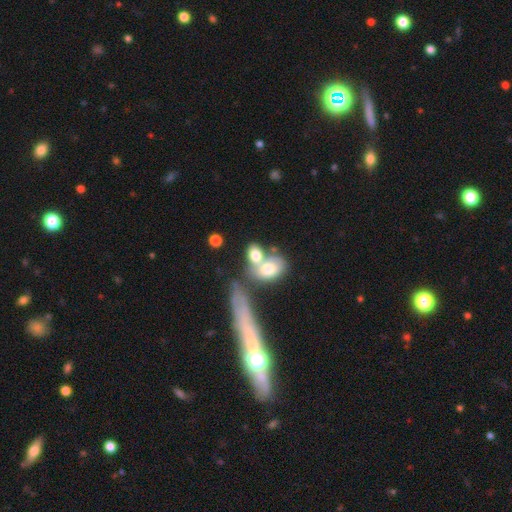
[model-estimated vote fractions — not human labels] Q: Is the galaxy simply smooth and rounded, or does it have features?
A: smooth — 70%.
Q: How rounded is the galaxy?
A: in between — 77%.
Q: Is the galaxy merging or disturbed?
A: merger — 57%.